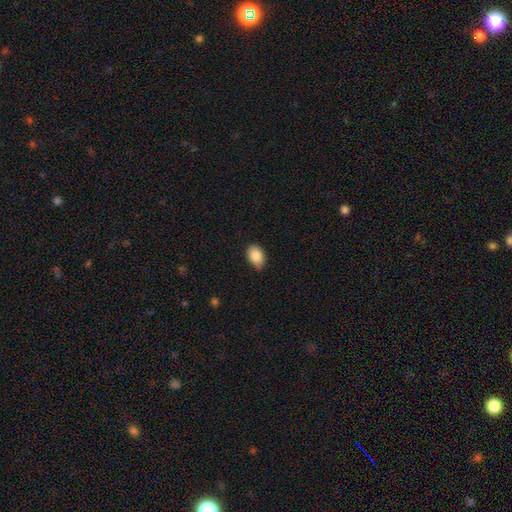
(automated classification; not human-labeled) Smooth or featured? Predicted: smooth (p=0.87). How rounded? Predicted: in between (p=0.85). Merging? Predicted: none (p=0.72).